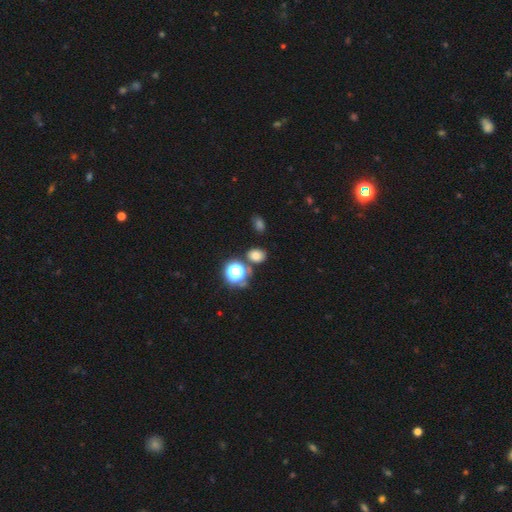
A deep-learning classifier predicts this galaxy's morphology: Smooth or featured?
  - smooth: 72% *
  - star or artifact: 21%
  - featured or disk: 7%
How rounded?
  - round: 52% *
  - in between: 47%
  - cigar-shaped: 1%
Merging?
  - none: 76% *
  - minor disturbance: 10%
  - merger: 10%
  - major disturbance: 3%